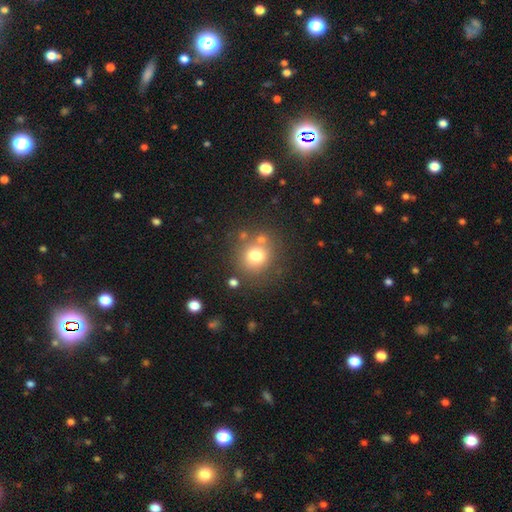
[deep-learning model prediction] This appears to be a smooth galaxy with no disk features (75%) that is round (86%). Merging: none (72%).